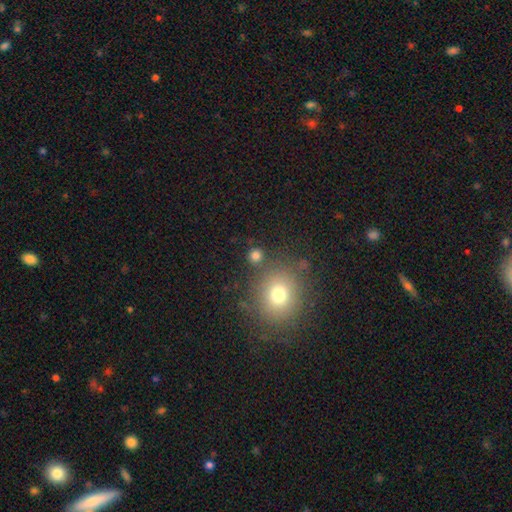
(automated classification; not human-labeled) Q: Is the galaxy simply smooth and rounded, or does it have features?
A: smooth — 77%.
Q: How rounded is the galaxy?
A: round — 88%.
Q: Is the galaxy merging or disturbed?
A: none — 79%.